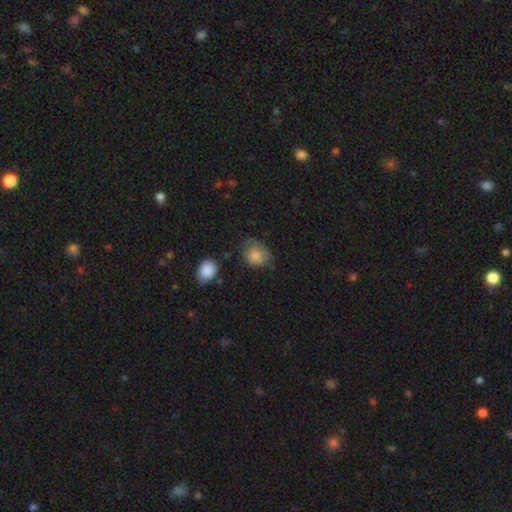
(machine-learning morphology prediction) Overall: smooth (82%). How rounded: round (57%; in between 42%). Merging: none (50%; minor disturbance 34%).